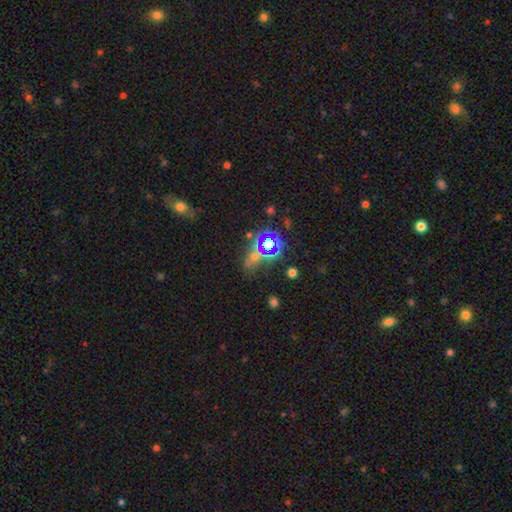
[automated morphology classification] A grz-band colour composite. It shows a star or artifact, not a galaxy (67%).